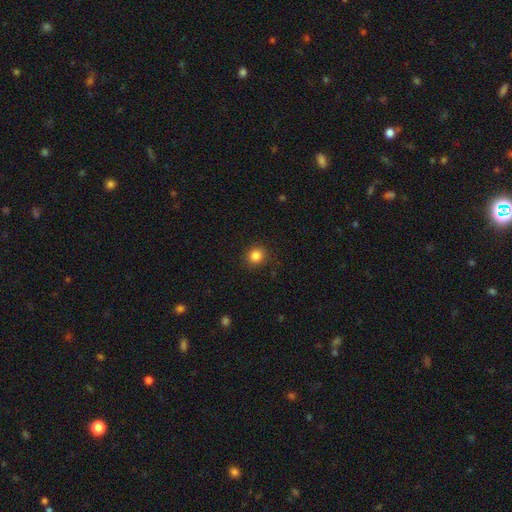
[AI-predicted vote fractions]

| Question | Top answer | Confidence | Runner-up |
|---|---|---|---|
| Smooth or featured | smooth | 84% | star or artifact (12%) |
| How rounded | round | 87% | in between (12%) |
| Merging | none | 90% | minor disturbance (7%) |